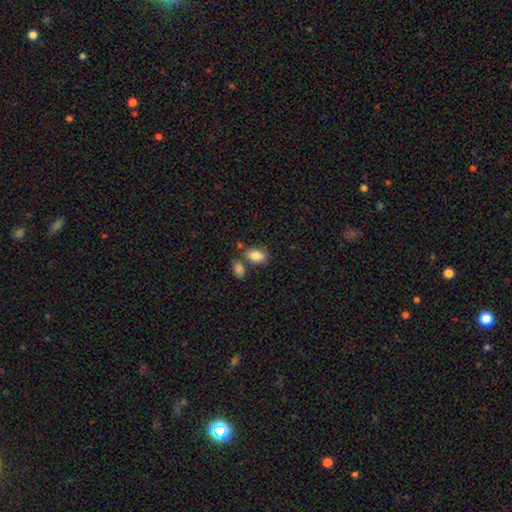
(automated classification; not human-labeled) This is clearly a smooth galaxy (85%). How rounded: clearly in between (91%). Merging: likely none (63%).